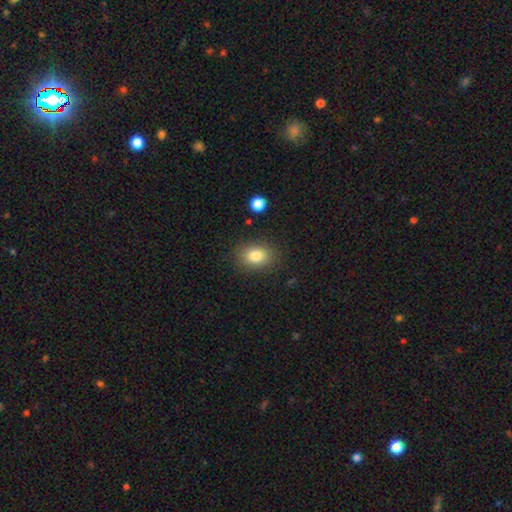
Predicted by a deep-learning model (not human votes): Overall: smooth (83%). How rounded: in between (67%; round 32%). Merging: none (85%).